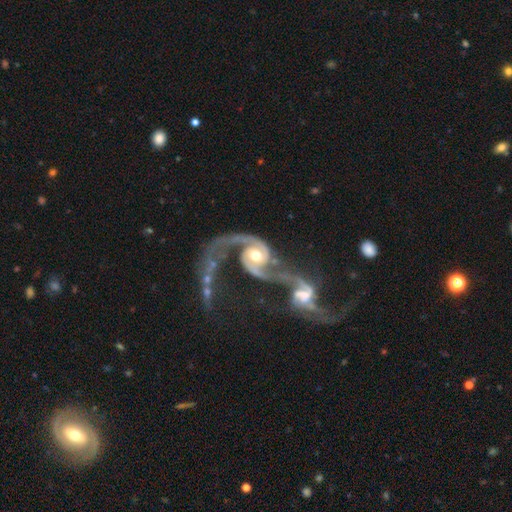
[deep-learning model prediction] featured or disk 90%, star or artifact 5%, smooth 5%. Down the decision tree: edge-on disk — no (98%); bar — no (56%); spiral arms — yes (97%); spiral arm count — 2 (91%); spiral winding — loose (46%); bulge size — moderate (71%); merging — merger (61%).